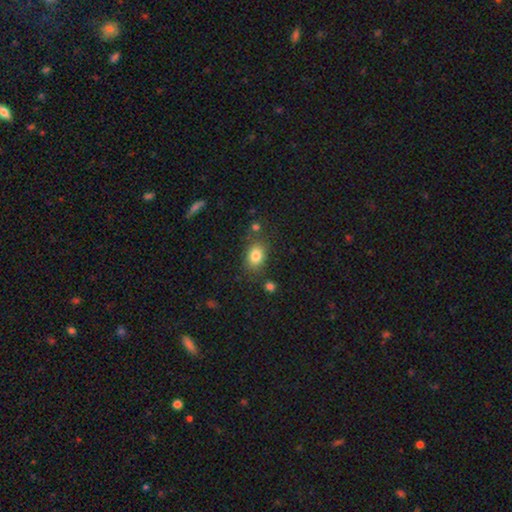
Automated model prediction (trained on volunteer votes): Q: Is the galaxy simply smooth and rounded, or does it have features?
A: smooth — 81%.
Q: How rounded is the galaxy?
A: in between — 73%.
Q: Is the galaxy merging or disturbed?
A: none — 76%.